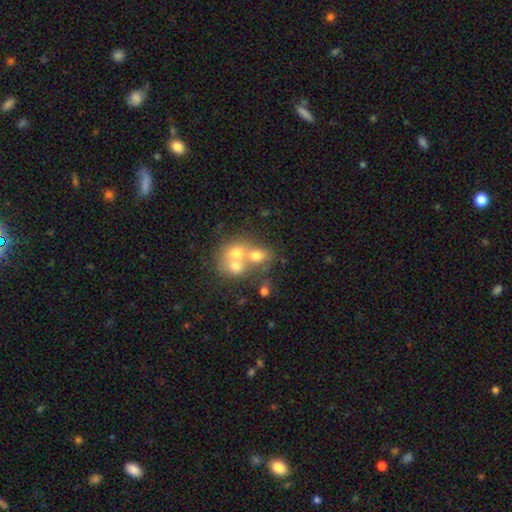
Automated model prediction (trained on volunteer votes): Morphology: type=smooth (61%); roundness=round (62%); merging=merger (62%).